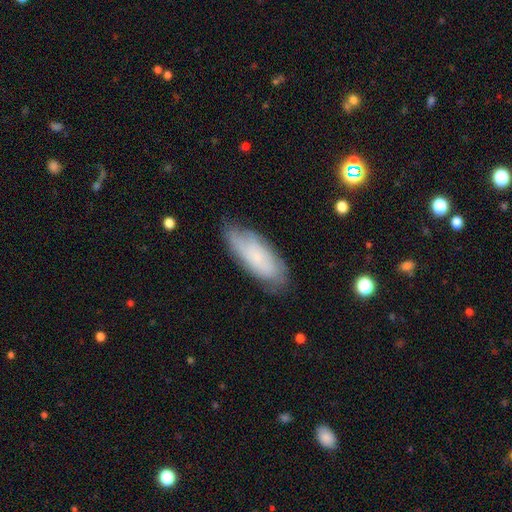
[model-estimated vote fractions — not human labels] smooth-or-featured: smooth: 54% | featured or disk: 38% | star or artifact: 8%
  how-rounded: in between: 73% | cigar-shaped: 25% | round: 2%
  merging: none: 73% | minor disturbance: 20% | major disturbance: 5% | merger: 1%